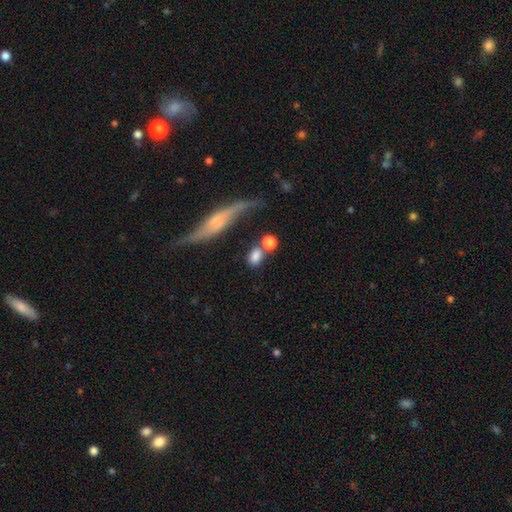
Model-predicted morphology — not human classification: smooth 79%, featured or disk 13%, star or artifact 8%. Down the decision tree: how rounded — in between (64%); merging — none (55%).